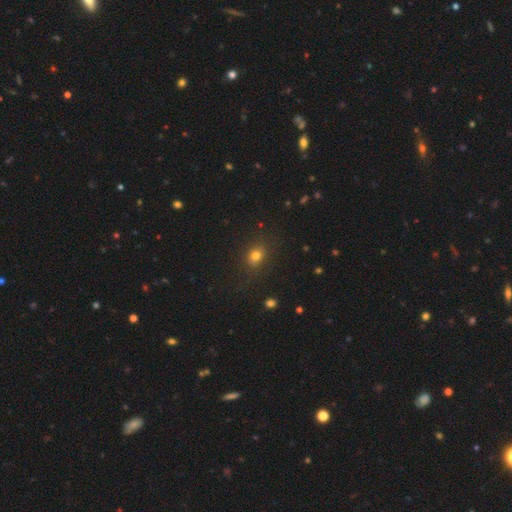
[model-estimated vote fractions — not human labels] smooth 76%, star or artifact 16%, featured or disk 9%. Down the decision tree: how rounded — round (53%); merging — none (81%).